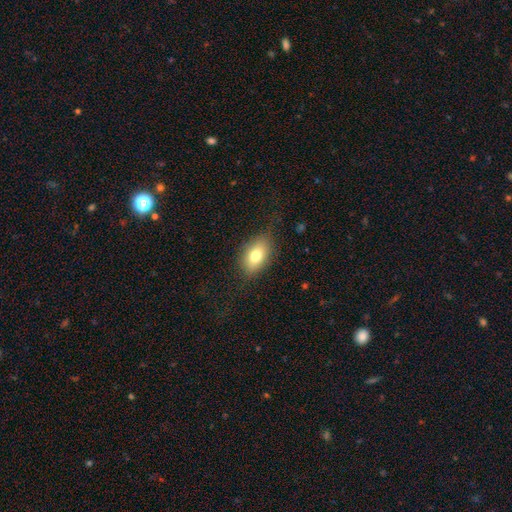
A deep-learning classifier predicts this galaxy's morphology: smooth-or-featured: smooth: 76% | featured or disk: 15% | star or artifact: 9%
  how-rounded: in between: 87% | round: 11% | cigar-shaped: 3%
  merging: none: 77% | minor disturbance: 16% | major disturbance: 6% | merger: 1%